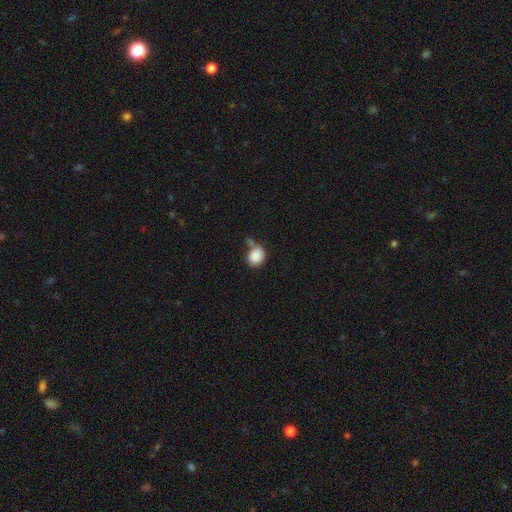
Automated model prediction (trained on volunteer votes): This appears to be a smooth galaxy with no disk features (88%) that is round (61%). Merging: none (50%).